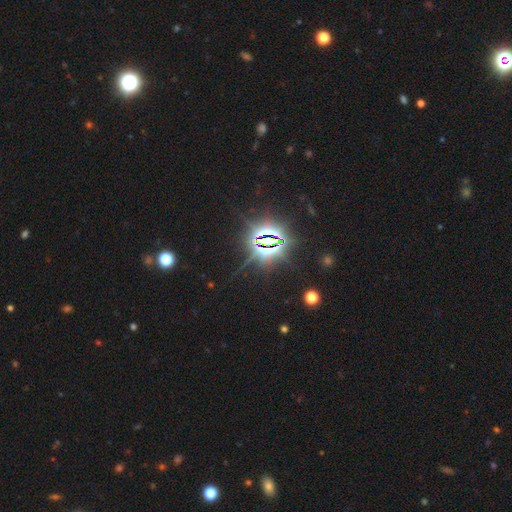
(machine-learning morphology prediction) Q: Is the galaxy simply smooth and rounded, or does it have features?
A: star or artifact — 83%.